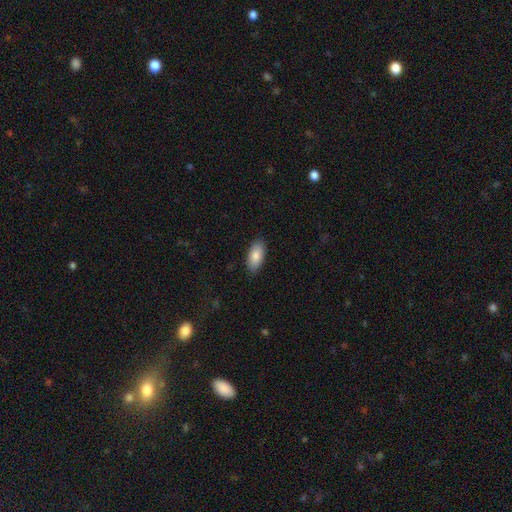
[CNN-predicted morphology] smooth-or-featured: smooth: 86% | featured or disk: 8% | star or artifact: 6%
  how-rounded: in between: 92% | cigar-shaped: 6% | round: 2%
  merging: none: 88% | minor disturbance: 9% | major disturbance: 2% | merger: 1%